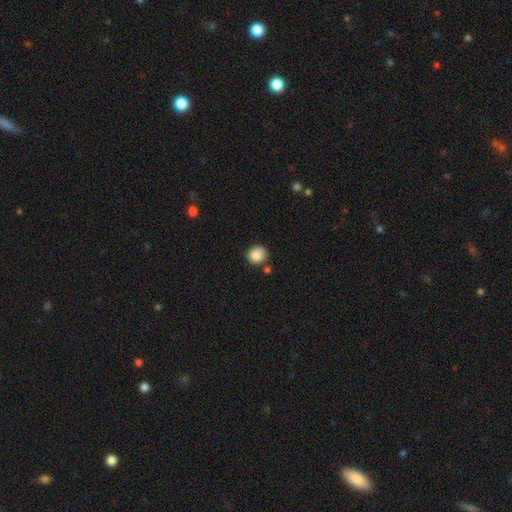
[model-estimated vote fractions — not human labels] smooth-or-featured: smooth: 86% | star or artifact: 9% | featured or disk: 5%
  how-rounded: round: 86% | in between: 13% | cigar-shaped: 1%
  merging: none: 75% | minor disturbance: 15% | merger: 7% | major disturbance: 3%